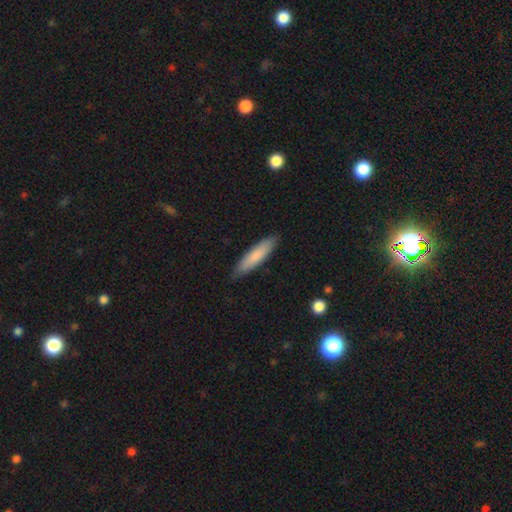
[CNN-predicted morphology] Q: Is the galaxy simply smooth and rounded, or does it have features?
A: smooth — 81%.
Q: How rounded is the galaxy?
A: cigar-shaped — 77%.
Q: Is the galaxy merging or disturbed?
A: none — 87%.